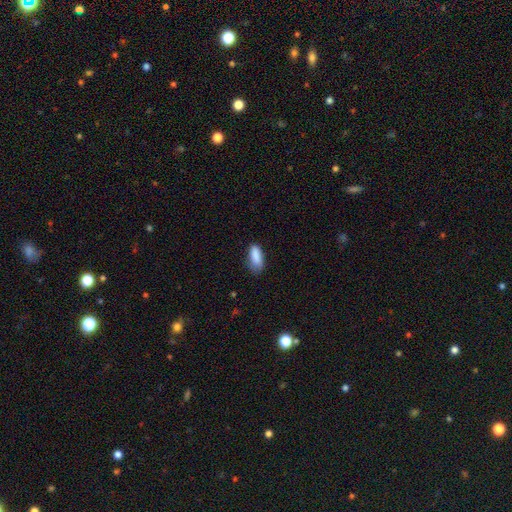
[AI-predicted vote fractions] Smooth or featured? smooth (86%)
How rounded? in between (77%)
Merging? none (57%)